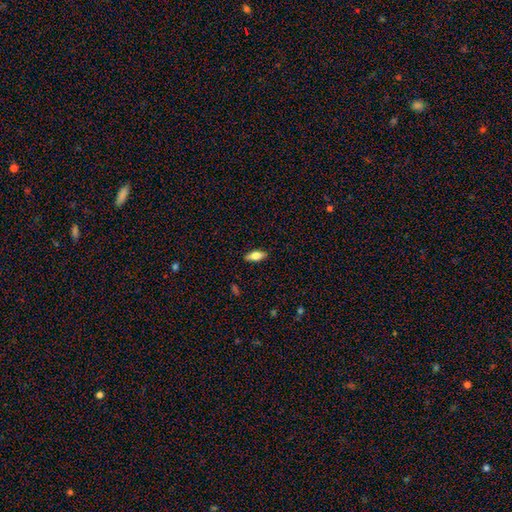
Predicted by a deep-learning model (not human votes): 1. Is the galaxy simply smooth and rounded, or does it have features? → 70% smooth, 23% featured or disk, 7% star or artifact.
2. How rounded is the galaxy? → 77% in between, 21% cigar-shaped, 3% round.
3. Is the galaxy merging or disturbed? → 88% none, 9% minor disturbance, 2% major disturbance, 1% merger.